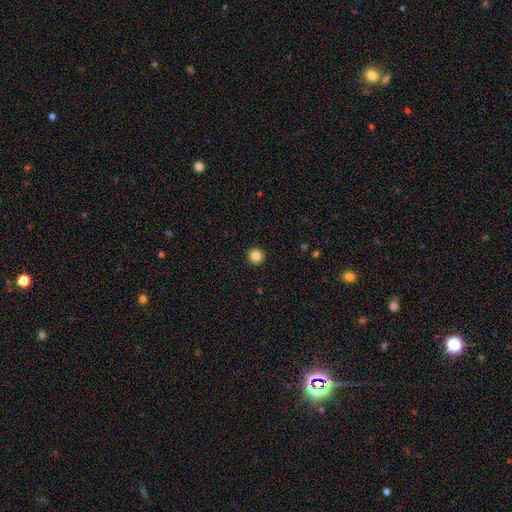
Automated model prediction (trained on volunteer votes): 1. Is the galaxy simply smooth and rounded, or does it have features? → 84% smooth, 11% star or artifact, 5% featured or disk.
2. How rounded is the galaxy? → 96% round, 3% in between, 1% cigar-shaped.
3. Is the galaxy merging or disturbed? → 94% none, 4% minor disturbance, 1% major disturbance, 1% merger.